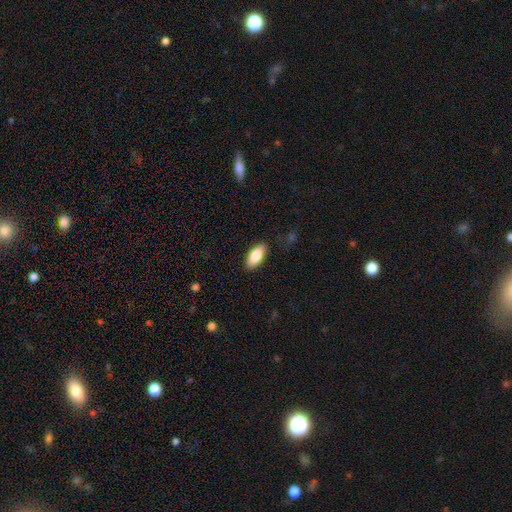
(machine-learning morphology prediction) Smooth or featured?
  - smooth: 83% *
  - featured or disk: 11%
  - star or artifact: 6%
How rounded?
  - in between: 87% *
  - cigar-shaped: 11%
  - round: 2%
Merging?
  - none: 87% *
  - minor disturbance: 10%
  - major disturbance: 2%
  - merger: 1%